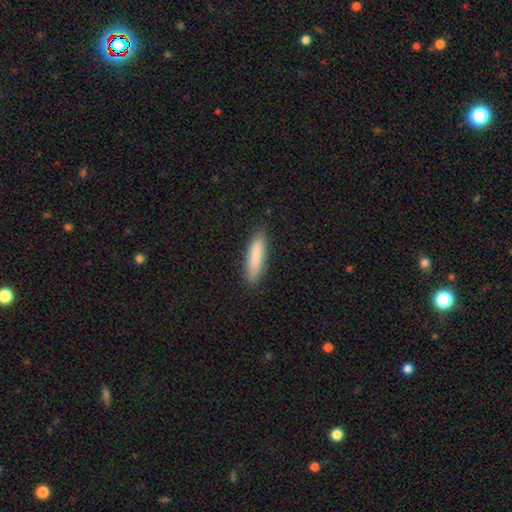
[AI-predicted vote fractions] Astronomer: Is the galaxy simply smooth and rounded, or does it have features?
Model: smooth — 86%.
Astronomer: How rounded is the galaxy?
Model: cigar-shaped — 75%.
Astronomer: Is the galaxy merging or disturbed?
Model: none — 87%.